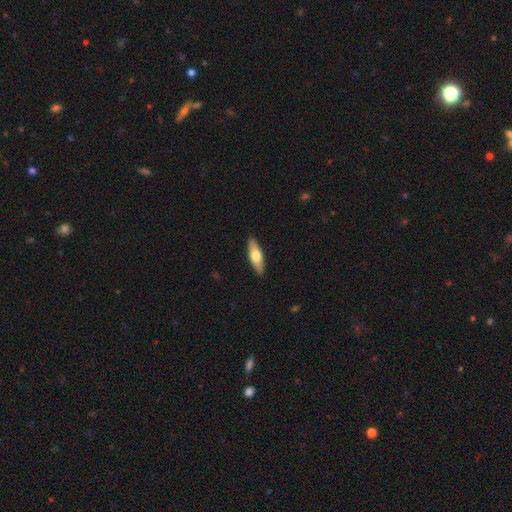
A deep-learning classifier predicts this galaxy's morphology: Smooth or featured? smooth (62%)
How rounded? cigar-shaped (49%)
Merging? none (90%)